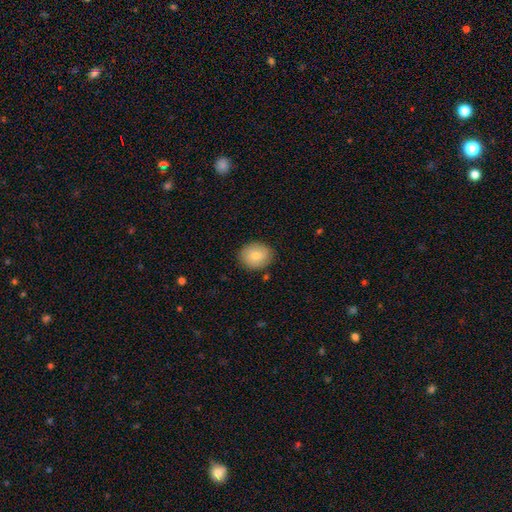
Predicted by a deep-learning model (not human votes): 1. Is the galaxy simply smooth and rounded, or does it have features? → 79% smooth, 14% featured or disk, 7% star or artifact.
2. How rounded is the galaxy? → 67% round, 32% in between, 1% cigar-shaped.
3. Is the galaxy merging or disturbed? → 86% none, 11% minor disturbance, 3% major disturbance, 1% merger.